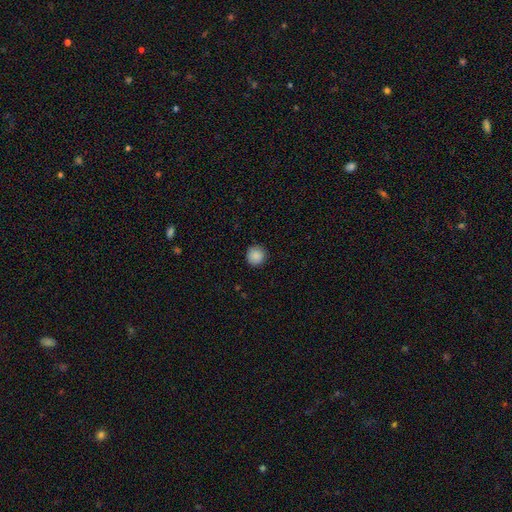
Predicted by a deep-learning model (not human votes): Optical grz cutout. It shows a smooth galaxy with no disk features (88%) that is round (95%). Merging: none (91%).